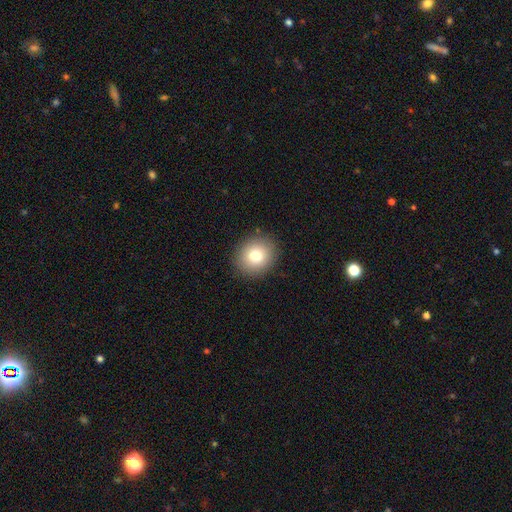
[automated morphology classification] Smooth or featured? Predicted: smooth (p=0.79). How rounded? Predicted: round (p=0.78). Merging? Predicted: none (p=0.90).